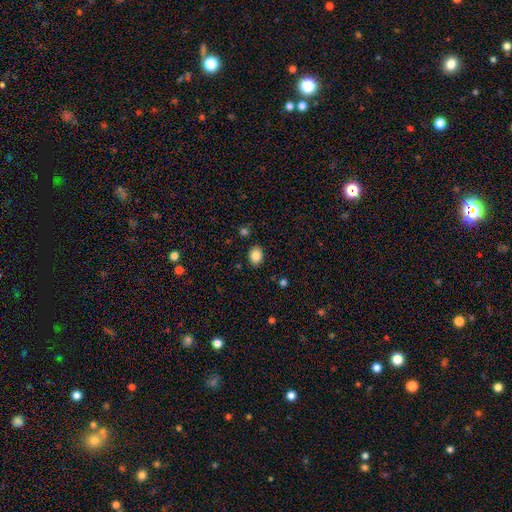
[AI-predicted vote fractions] Smooth or featured? Predicted: smooth (p=0.85). How rounded? Predicted: in between (p=0.63). Merging? Predicted: none (p=0.87).